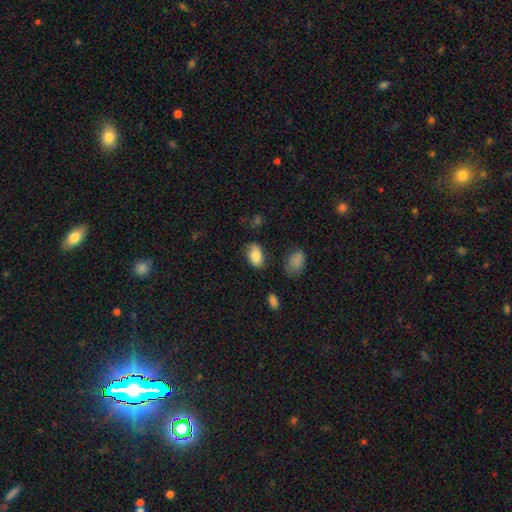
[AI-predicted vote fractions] Smooth or featured? smooth (81%)
How rounded? in between (91%)
Merging? none (66%)